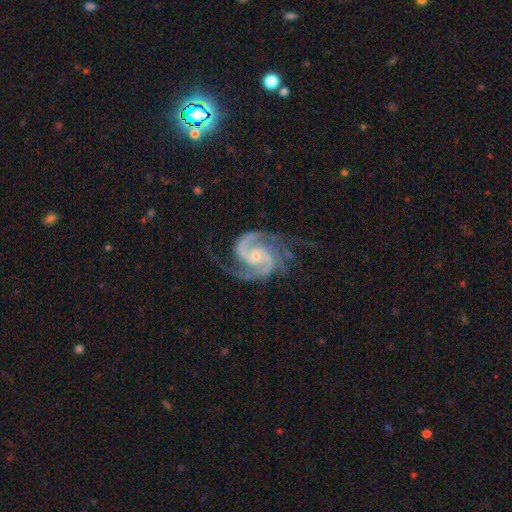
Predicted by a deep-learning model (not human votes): A featured or disk galaxy (94%) with no bar (53%), 2 (79%) medium (59%) spiral arms (99%) and a small central bulge (66%).

Vote fractions:
- Smooth or featured? featured or disk: 94% / star or artifact: 4% / smooth: 2%
- Edge-on disk? no: 98% / yes: 2%
- Bar? no: 53% / weak: 35% / strong: 12%
- Spiral arms? yes: 99% / no: 1%
- Spiral winding? medium: 59% / tight: 31% / loose: 9%
- Spiral arm count? 2: 79% / 3: 12% / can't tell: 2% / 4: 2% / 1: 2% / more than 4: 2%
- Bulge size? small: 66% / moderate: 26% / none: 5% / large: 1% / dominant: 1%
- Merging? none: 71% / minor disturbance: 18% / major disturbance: 10% / merger: 2%